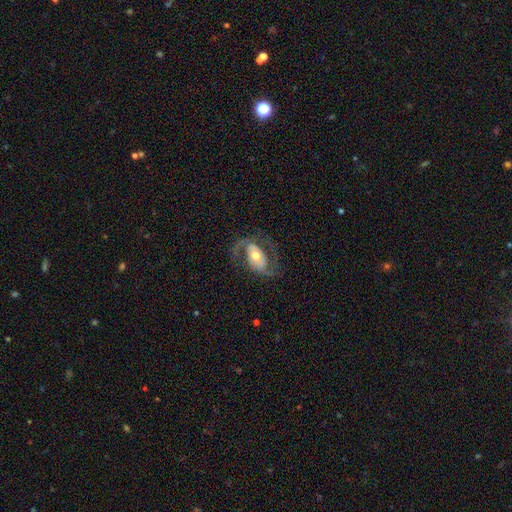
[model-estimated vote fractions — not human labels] featured or disk 82%, smooth 13%, star or artifact 5%. Down the decision tree: edge-on disk — no (96%); bar — no (44%); spiral arms — yes (89%); spiral arm count — 2 (89%); spiral winding — medium (53%); bulge size — moderate (69%); merging — none (70%).